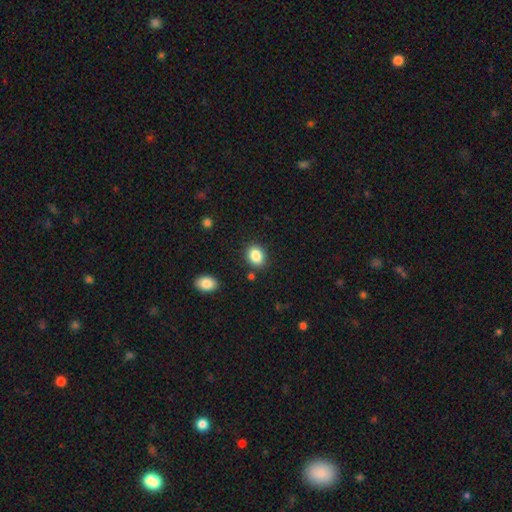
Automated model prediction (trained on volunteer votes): This appears to be a smooth galaxy with no disk features (87%) that is in between round and cigar-shaped (63%). Merging: none (84%).